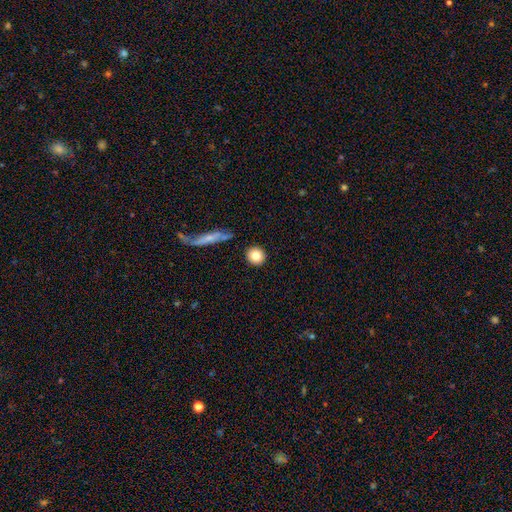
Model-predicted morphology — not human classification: smooth-or-featured: smooth: 82% | featured or disk: 10% | star or artifact: 8%
  how-rounded: round: 90% | in between: 8% | cigar-shaped: 2%
  merging: none: 88% | minor disturbance: 6% | merger: 3% | major disturbance: 2%